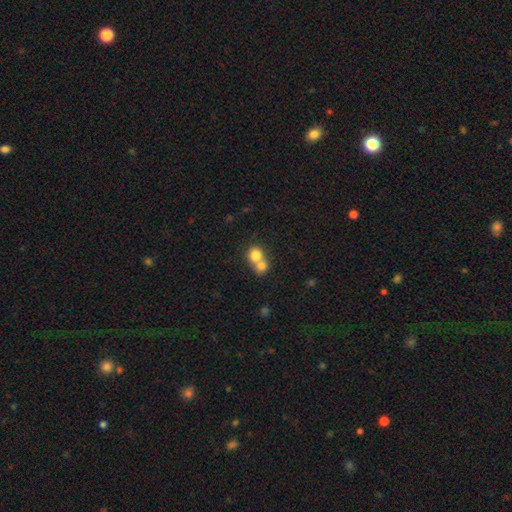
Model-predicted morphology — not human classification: The model was most divided on "merging": merger: 65%, none: 28%, minor disturbance: 4%, major disturbance: 2%. More confident: how rounded — round (78%); smooth or featured — smooth (78%).